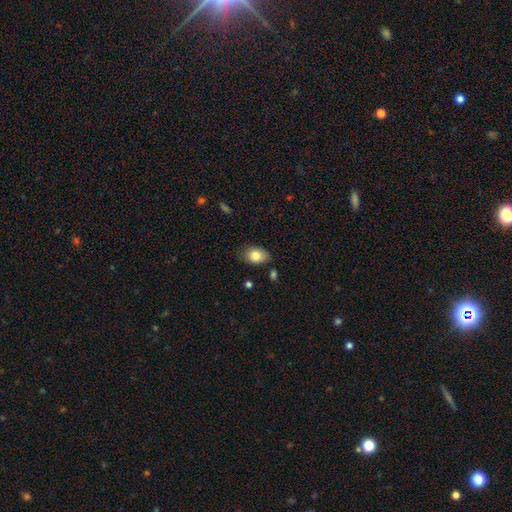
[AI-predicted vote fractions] smooth 82%, featured or disk 10%, star or artifact 8%. Down the decision tree: how rounded — in between (79%); merging — none (72%).